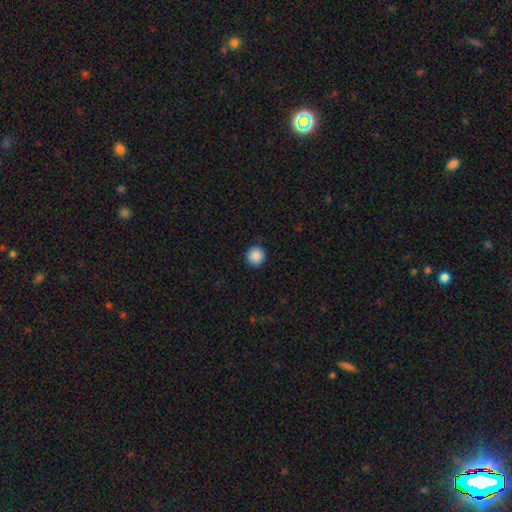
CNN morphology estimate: smooth_or_featured: smooth (p=0.89) [alt: star or artifact p=0.09]
how_rounded: round (p=0.94) [alt: in between p=0.05]
merging: none (p=0.90) [alt: minor disturbance p=0.07]